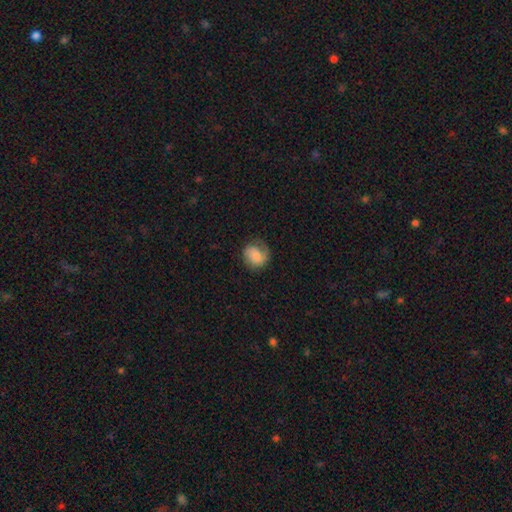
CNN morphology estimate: A smooth galaxy with no disk features (59%) that is round (73%).

Vote fractions:
- Smooth or featured? smooth: 59% / featured or disk: 33% / star or artifact: 8%
- How rounded? round: 73% / in between: 26% / cigar-shaped: 1%
- Merging? none: 61% / minor disturbance: 24% / major disturbance: 14% / merger: 1%